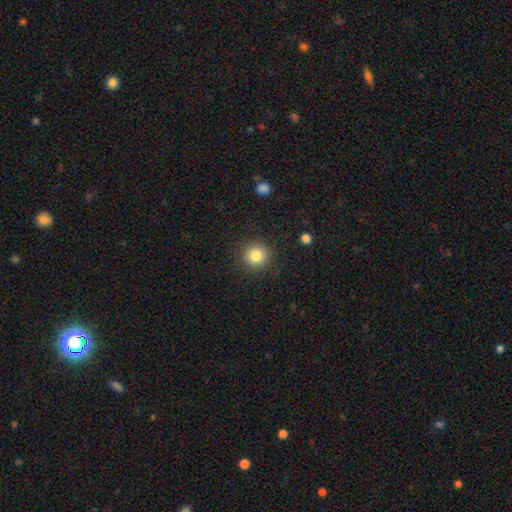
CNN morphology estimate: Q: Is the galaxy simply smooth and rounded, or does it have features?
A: smooth — 83%.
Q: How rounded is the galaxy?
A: round — 92%.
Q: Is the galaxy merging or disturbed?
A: none — 90%.